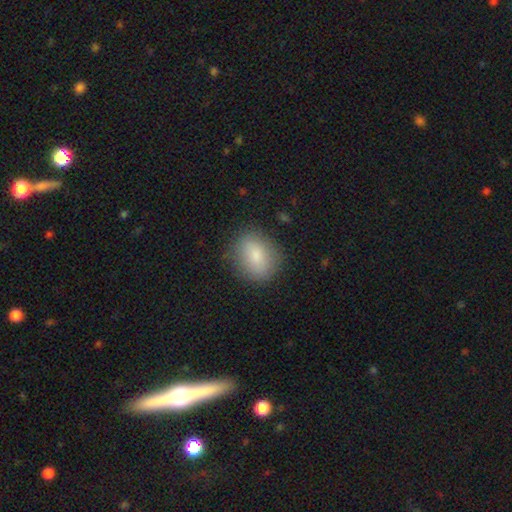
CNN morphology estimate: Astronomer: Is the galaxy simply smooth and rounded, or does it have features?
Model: smooth — 83%.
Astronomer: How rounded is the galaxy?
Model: in between — 56% (runner-up: round, 42%).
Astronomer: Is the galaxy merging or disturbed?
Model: none — 81%.